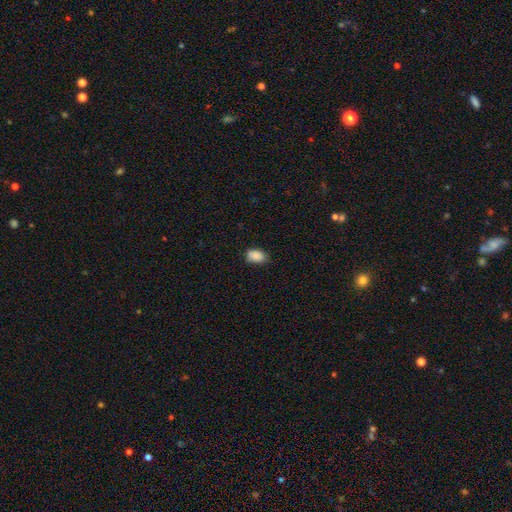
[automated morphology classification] This is clearly a smooth galaxy (88%). How rounded: clearly in between (86%). Merging: likely none (76%).